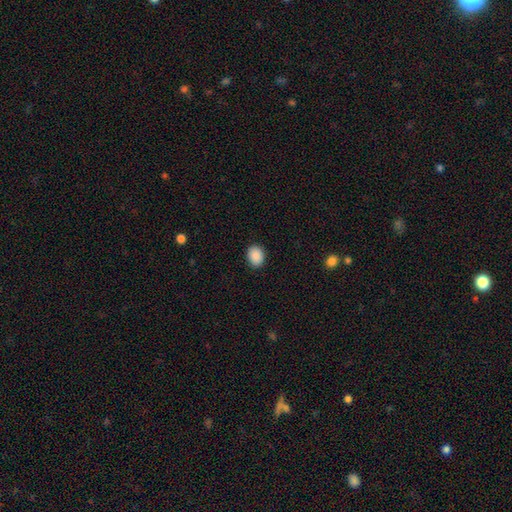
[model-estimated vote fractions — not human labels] Q: Smooth or featured?
A: smooth (88%); runner-up: star or artifact (8%)
Q: How rounded?
A: in between (55%); runner-up: round (45%)
Q: Merging?
A: none (89%); runner-up: minor disturbance (8%)